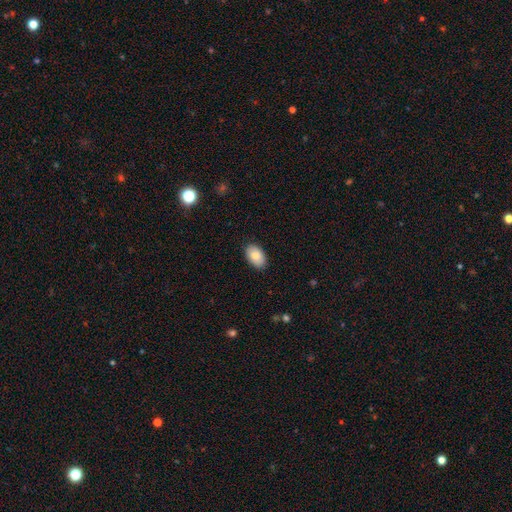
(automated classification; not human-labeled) A smooth galaxy with no disk features (84%) that is in between round and cigar-shaped (92%). Merging: none (88%).